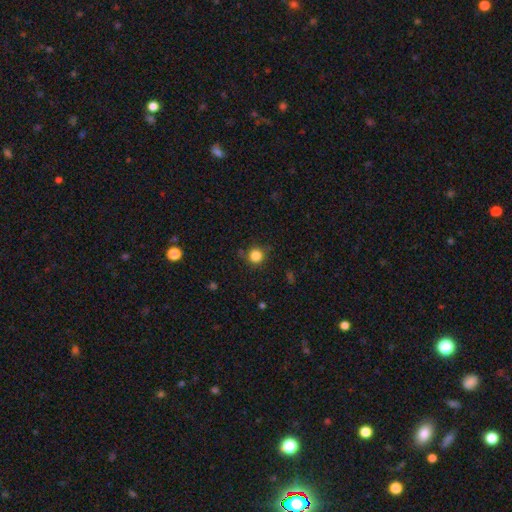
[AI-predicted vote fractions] This appears to be a smooth galaxy with no disk features (83%) that is round (93%). Merging: none (82%).